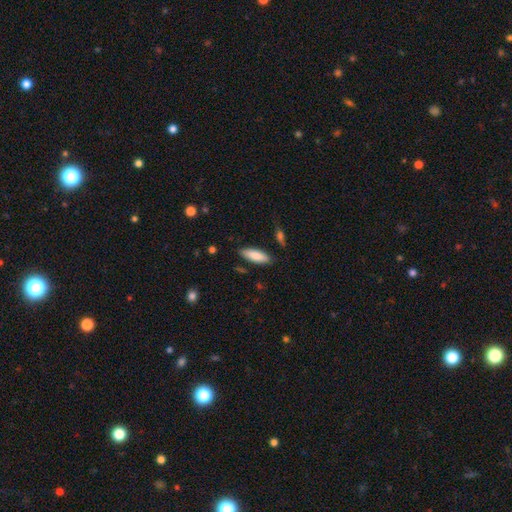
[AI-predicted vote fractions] Smooth or featured?
  - smooth: 86% *
  - featured or disk: 9%
  - star or artifact: 6%
How rounded?
  - in between: 60% *
  - cigar-shaped: 39%
  - round: 1%
Merging?
  - none: 85% *
  - minor disturbance: 11%
  - major disturbance: 2%
  - merger: 2%